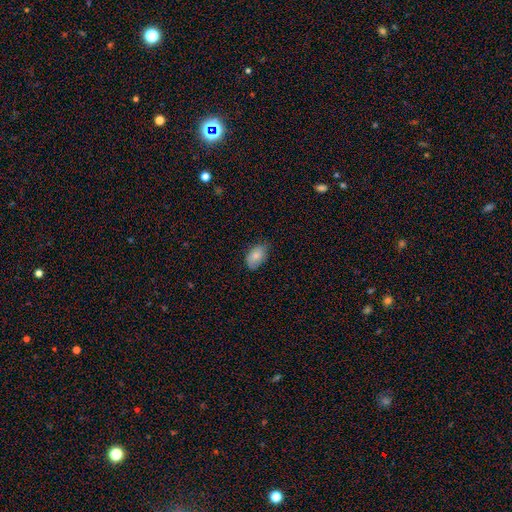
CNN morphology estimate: The model was most divided on "merging": none: 67%, minor disturbance: 28%, major disturbance: 4%, merger: 1%. More confident: how rounded — in between (91%); smooth or featured — smooth (83%).